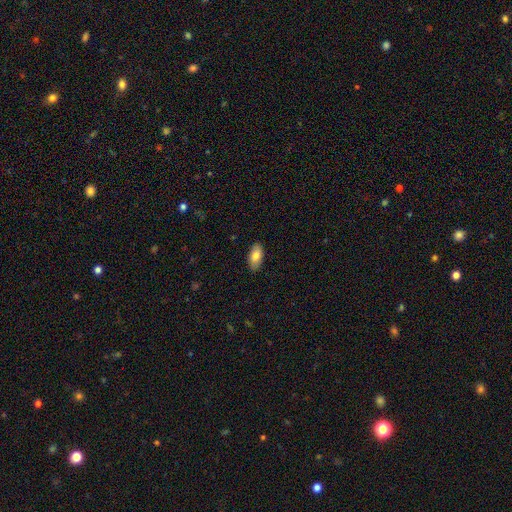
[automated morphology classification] smooth 80%, featured or disk 14%, star or artifact 6%. Down the decision tree: how rounded — in between (93%); merging — none (87%).